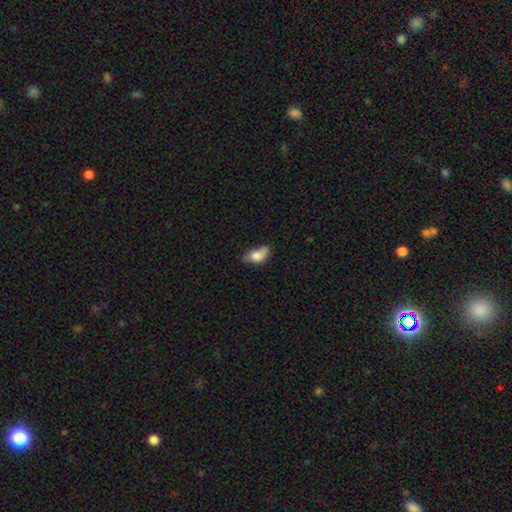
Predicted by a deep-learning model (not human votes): Q: Smooth or featured?
A: smooth (74%); runner-up: featured or disk (17%)
Q: How rounded?
A: in between (85%); runner-up: round (10%)
Q: Merging?
A: minor disturbance (35%); runner-up: none (34%)